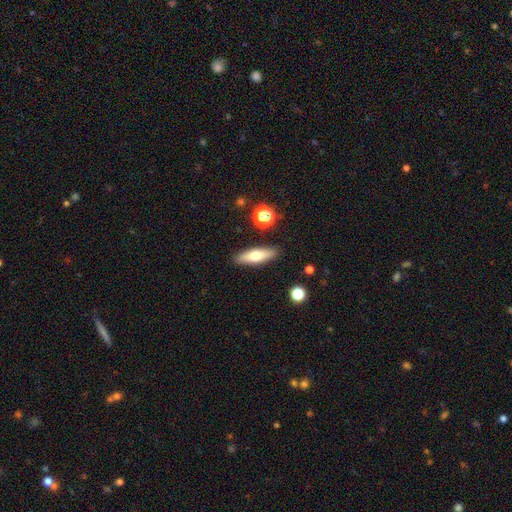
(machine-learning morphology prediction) Overall: smooth (60%; featured or disk 33%). How rounded: cigar-shaped (57%; in between 40%). Merging: none (89%).